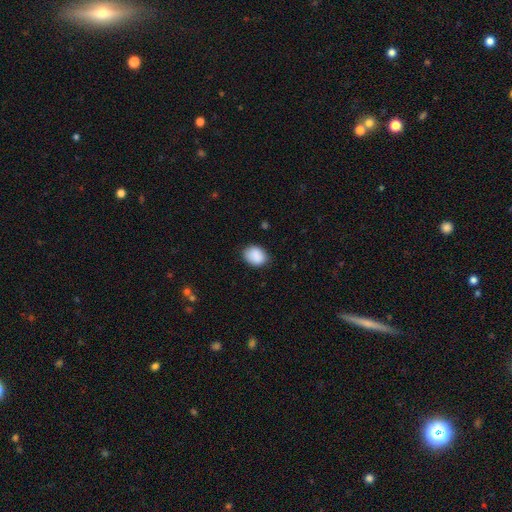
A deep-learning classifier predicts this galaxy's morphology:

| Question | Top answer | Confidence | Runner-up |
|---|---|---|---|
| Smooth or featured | smooth | 89% | star or artifact (7%) |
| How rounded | in between | 61% | round (38%) |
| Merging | none | 79% | minor disturbance (16%) |